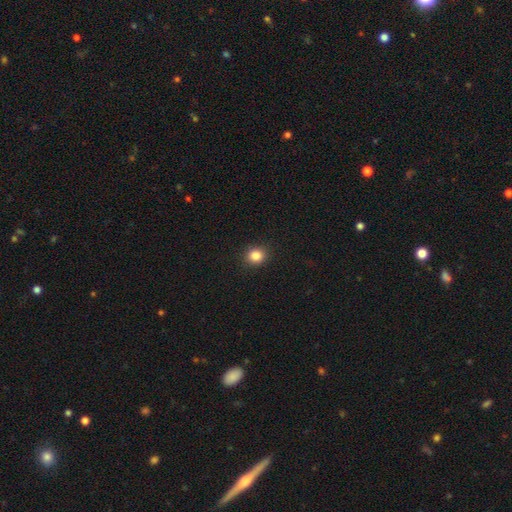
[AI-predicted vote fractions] The model was most divided on "how rounded": round: 76%, in between: 23%, cigar-shaped: 1%. More confident: merging — none (91%); smooth or featured — smooth (85%).